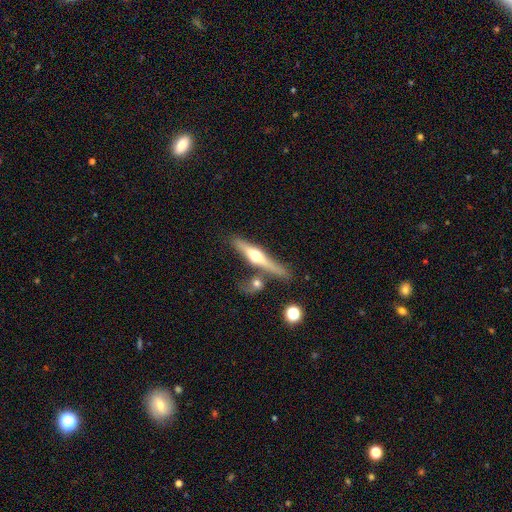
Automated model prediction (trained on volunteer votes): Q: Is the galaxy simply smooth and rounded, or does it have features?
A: featured or disk — 65%.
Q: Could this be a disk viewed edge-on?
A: yes — 94%.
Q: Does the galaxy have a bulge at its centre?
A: rounded — 94%.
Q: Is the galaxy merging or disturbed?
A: none — 64%.